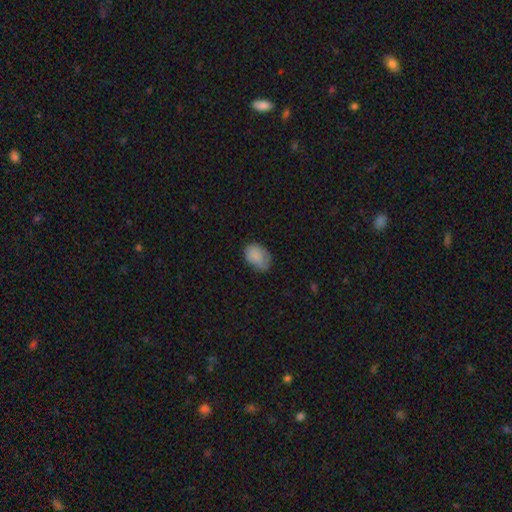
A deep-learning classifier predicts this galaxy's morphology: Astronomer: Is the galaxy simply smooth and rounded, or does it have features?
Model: smooth — 83%.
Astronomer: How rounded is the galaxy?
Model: in between — 79%.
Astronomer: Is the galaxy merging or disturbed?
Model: none — 61%.